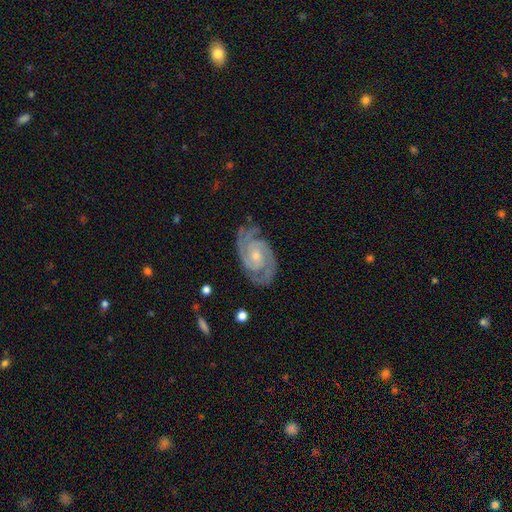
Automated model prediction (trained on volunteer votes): The model was most divided on "bulge size": small: 53%, moderate: 42%, none: 2%, large: 2%, dominant: 1%. More confident: spiral arms — yes (99%); edge-on disk — no (97%); smooth or featured — featured or disk (92%); merging — none (79%); spiral winding — tight (68%); bar — no (63%); spiral arm count — 2 (54%).